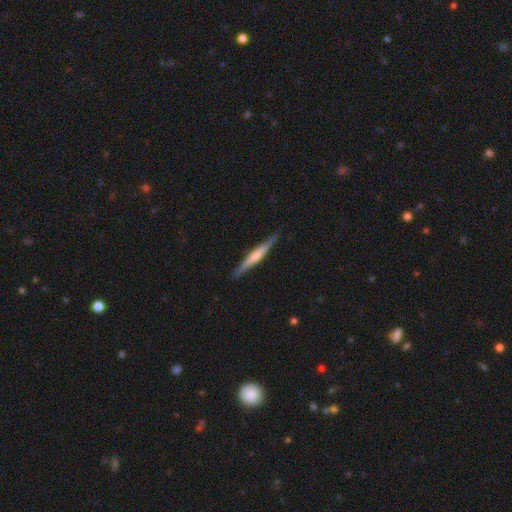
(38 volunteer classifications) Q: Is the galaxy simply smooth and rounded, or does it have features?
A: smooth — 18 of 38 (47%, tied with featured or disk).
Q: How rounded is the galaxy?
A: cigar-shaped — 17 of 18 (94%).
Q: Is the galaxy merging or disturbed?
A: none — 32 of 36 (89%).